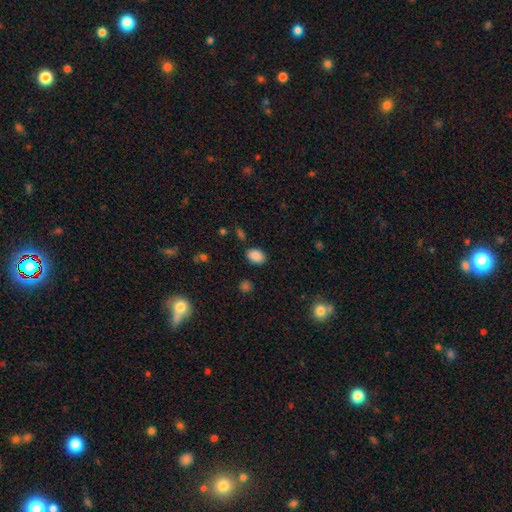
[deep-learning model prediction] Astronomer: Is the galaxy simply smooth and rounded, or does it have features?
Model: smooth — 87%.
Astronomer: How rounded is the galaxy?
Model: in between — 76%.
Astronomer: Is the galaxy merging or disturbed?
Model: none — 84%.